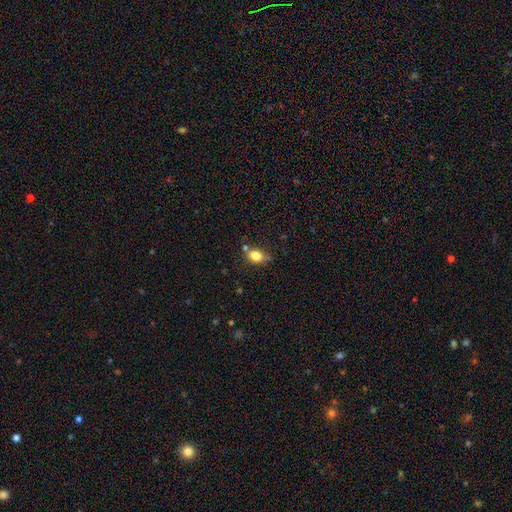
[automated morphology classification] Overall: smooth (80%). How rounded: in between (64%; round 34%). Merging: none (59%; minor disturbance 24%).